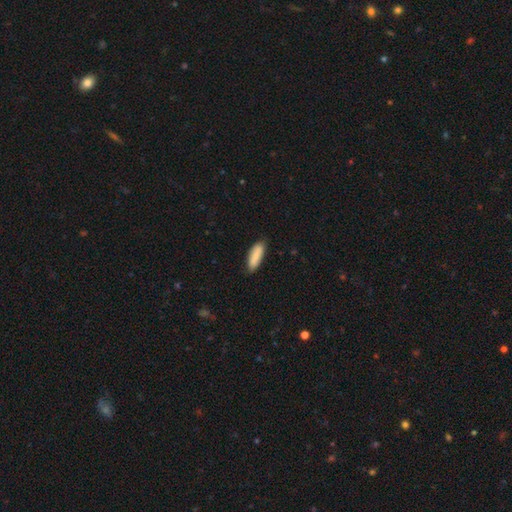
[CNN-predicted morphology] Overall: smooth (86%). How rounded: in between (59%; cigar-shaped 40%). Merging: none (81%).